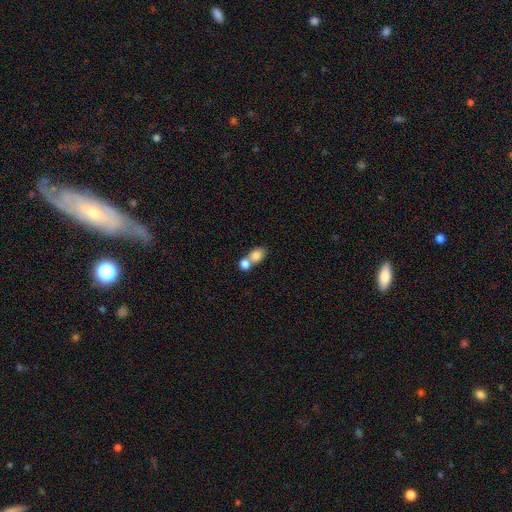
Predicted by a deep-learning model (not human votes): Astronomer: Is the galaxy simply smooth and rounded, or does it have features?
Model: smooth — 80%.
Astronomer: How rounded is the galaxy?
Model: in between — 64%.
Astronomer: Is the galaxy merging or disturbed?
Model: merger — 63%.